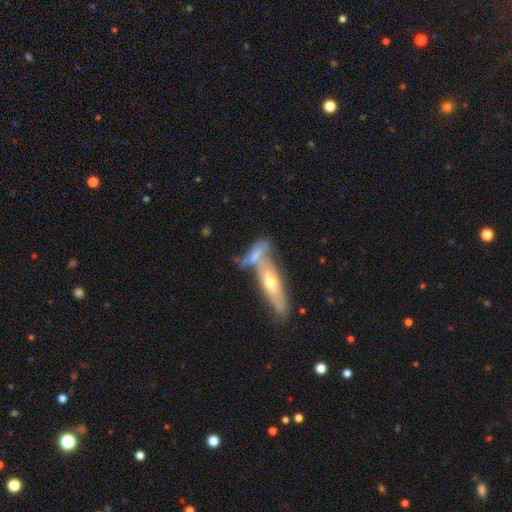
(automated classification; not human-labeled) A smooth galaxy with no disk features (47%).

Vote fractions:
- Smooth or featured? smooth: 47% / featured or disk: 45% / star or artifact: 8%
- Merging? merger: 53% / none: 29% / minor disturbance: 12% / major disturbance: 6%